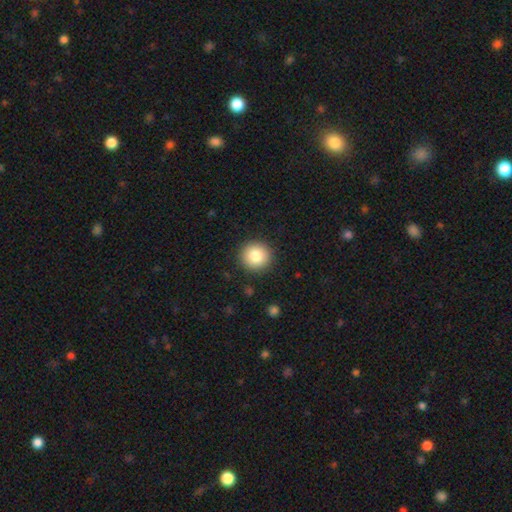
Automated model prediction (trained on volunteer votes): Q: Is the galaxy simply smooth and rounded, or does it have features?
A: smooth — 81%.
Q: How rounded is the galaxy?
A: round — 94%.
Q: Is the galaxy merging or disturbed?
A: none — 91%.